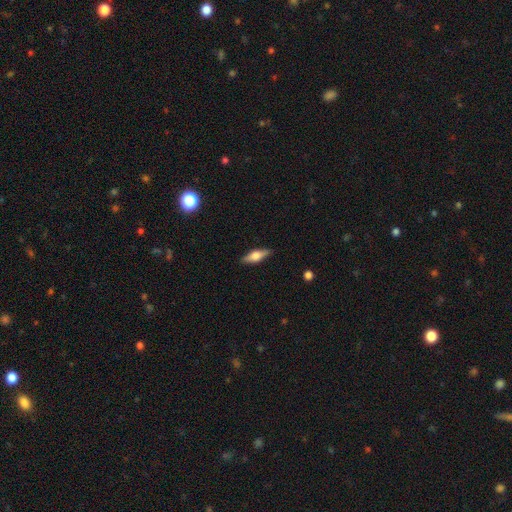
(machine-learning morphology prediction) This appears to be a smooth galaxy with no disk features (48%). Merging: none (86%).